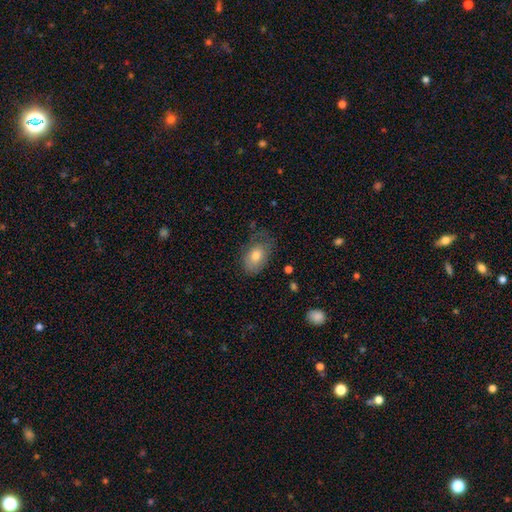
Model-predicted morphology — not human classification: Smooth or featured?
  - smooth: 72% *
  - featured or disk: 20%
  - star or artifact: 8%
How rounded?
  - in between: 85% *
  - round: 13%
  - cigar-shaped: 1%
Merging?
  - none: 56% *
  - minor disturbance: 29%
  - major disturbance: 13%
  - merger: 2%